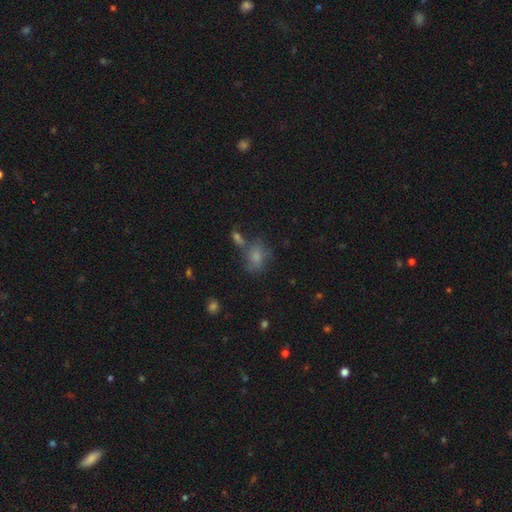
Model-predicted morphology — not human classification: smooth-or-featured: smooth: 66% | featured or disk: 18% | star or artifact: 16%
  how-rounded: in between: 59% | round: 39% | cigar-shaped: 2%
  merging: none: 47% | minor disturbance: 21% | merger: 19% | major disturbance: 14%